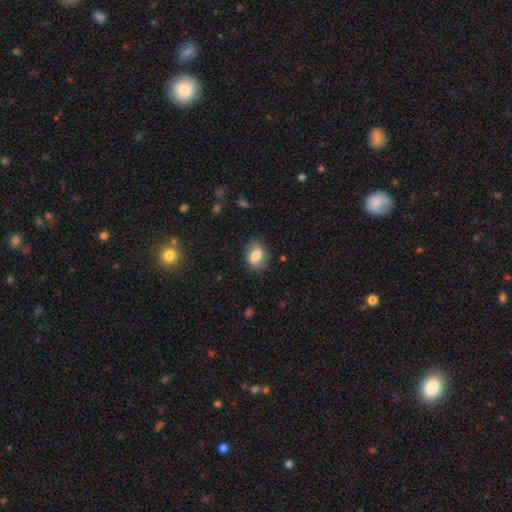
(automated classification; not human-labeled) Q: Smooth or featured?
A: smooth (81%); runner-up: featured or disk (11%)
Q: How rounded?
A: in between (72%); runner-up: round (26%)
Q: Merging?
A: none (76%); runner-up: minor disturbance (17%)